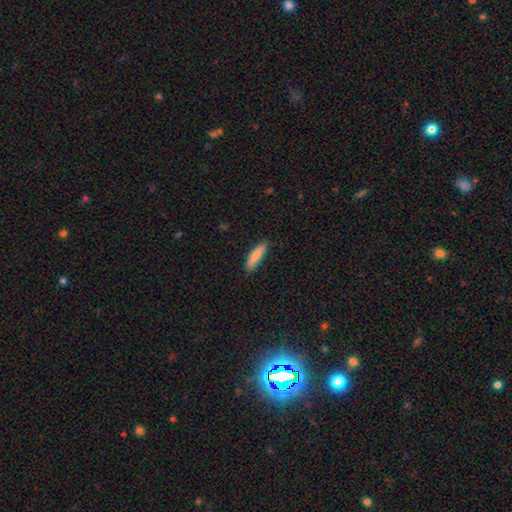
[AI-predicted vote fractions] smooth-or-featured: smooth: 83% | featured or disk: 11% | star or artifact: 6%
  how-rounded: cigar-shaped: 68% | in between: 31% | round: 2%
  merging: none: 82% | minor disturbance: 15% | major disturbance: 2% | merger: 1%